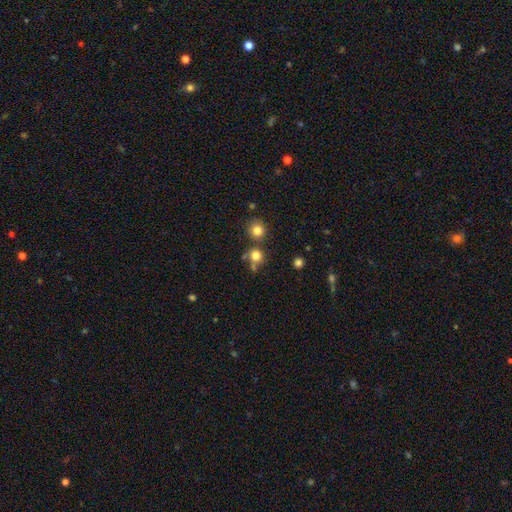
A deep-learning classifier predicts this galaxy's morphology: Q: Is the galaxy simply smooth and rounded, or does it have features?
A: smooth — 77%.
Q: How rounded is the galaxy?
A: round — 88%.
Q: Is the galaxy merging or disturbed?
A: none — 62%.